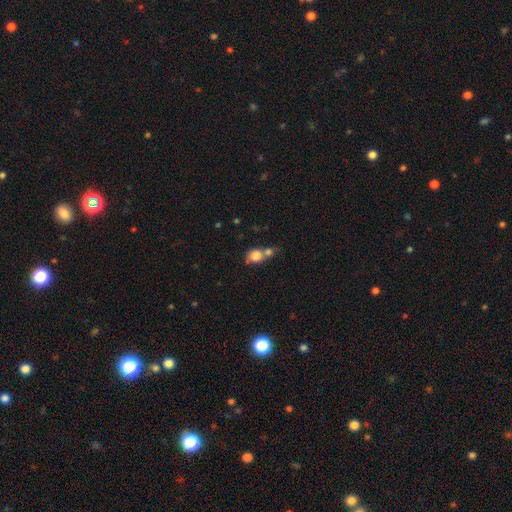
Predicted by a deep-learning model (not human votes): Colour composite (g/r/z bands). It shows a smooth galaxy with no disk features (80%) that is round (70%). Merging: merger (54%).